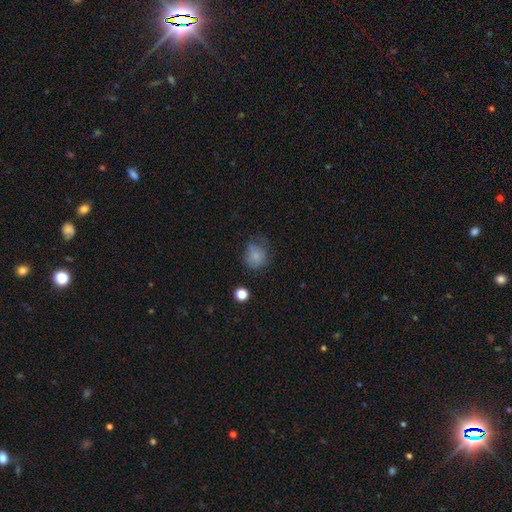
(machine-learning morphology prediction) Q: Smooth or featured?
A: smooth (75%); runner-up: star or artifact (13%)
Q: How rounded?
A: round (77%); runner-up: in between (22%)
Q: Merging?
A: none (59%); runner-up: minor disturbance (25%)